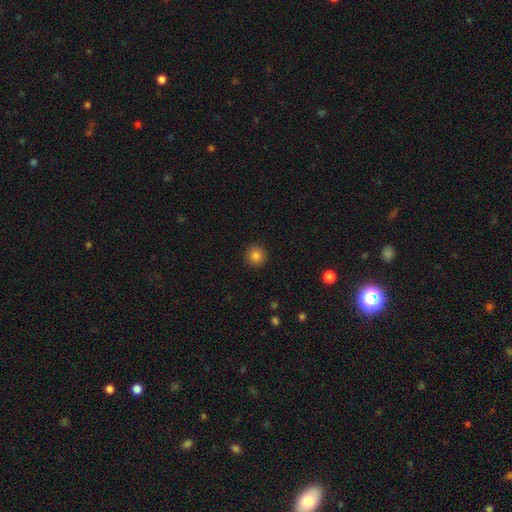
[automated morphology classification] Smooth or featured? smooth (84%)
How rounded? round (95%)
Merging? none (92%)